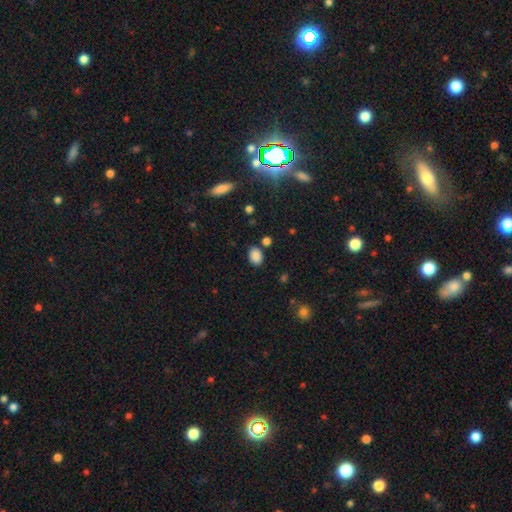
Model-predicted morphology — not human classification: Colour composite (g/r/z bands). It shows a smooth galaxy with no disk features (86%) that is in between round and cigar-shaped (77%). Merging: none (78%).